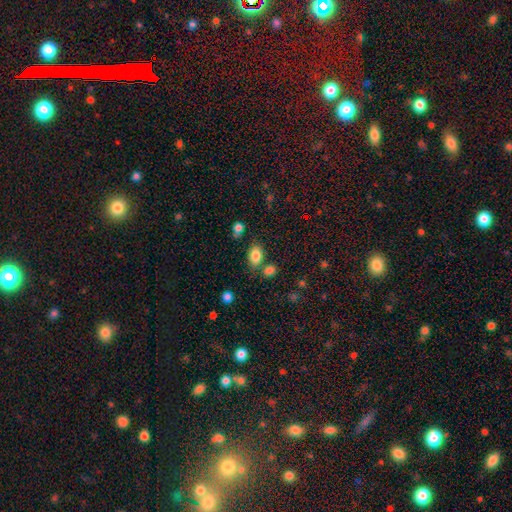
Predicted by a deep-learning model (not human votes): smooth-or-featured: smooth: 84% | star or artifact: 9% | featured or disk: 7%
  how-rounded: in between: 87% | round: 11% | cigar-shaped: 1%
  merging: none: 72% | merger: 12% | minor disturbance: 12% | major disturbance: 3%